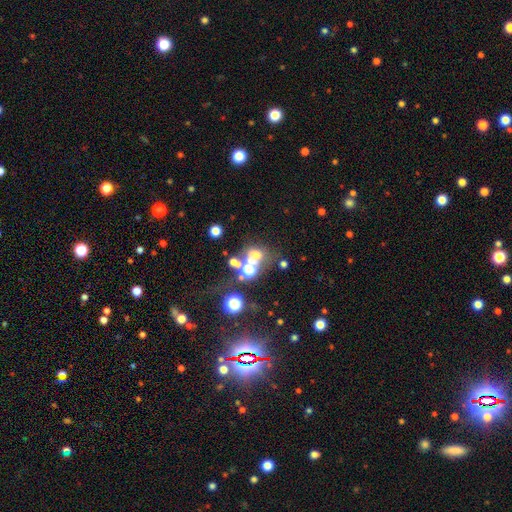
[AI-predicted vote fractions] Smooth or featured: smooth — 41% (star or artifact — 35%)
Merging: merger — 44% (none — 34%)